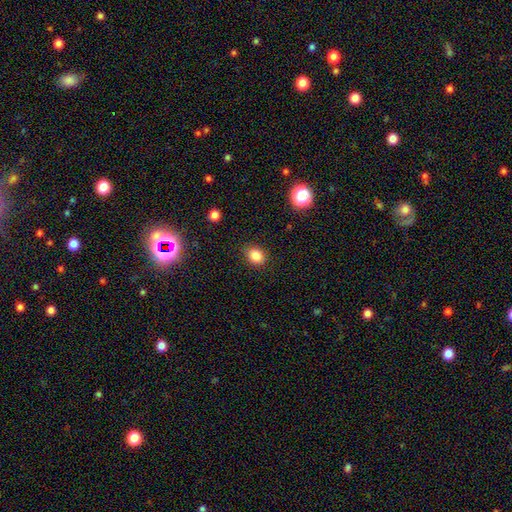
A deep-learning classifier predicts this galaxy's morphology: type=smooth (84%); roundness=in between (50%); merging=none (86%).